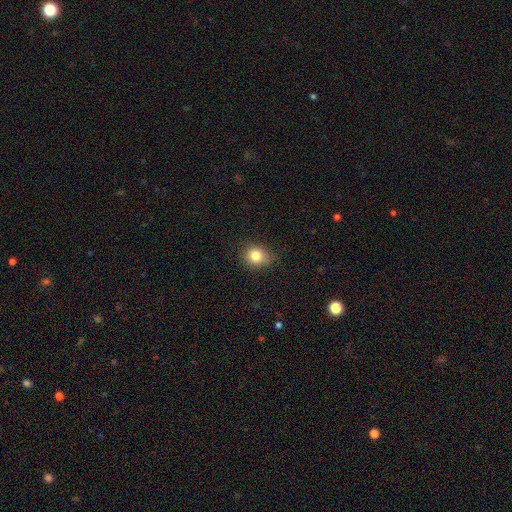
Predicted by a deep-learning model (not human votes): Q: Smooth or featured?
A: smooth (83%); runner-up: star or artifact (10%)
Q: How rounded?
A: round (68%); runner-up: in between (31%)
Q: Merging?
A: none (73%); runner-up: minor disturbance (21%)